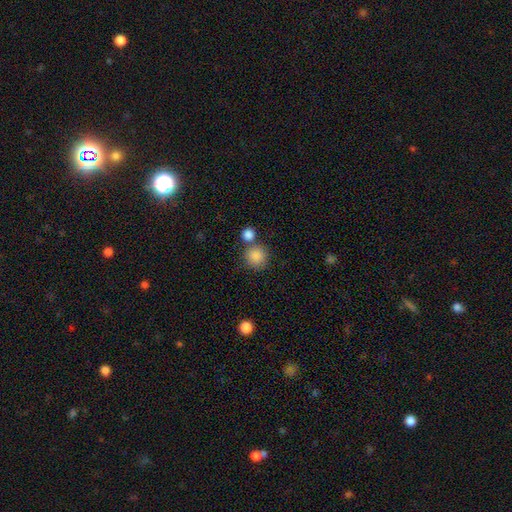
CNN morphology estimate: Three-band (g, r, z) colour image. It shows a smooth galaxy with no disk features (86%) that is round (92%). Merging: none (66%).